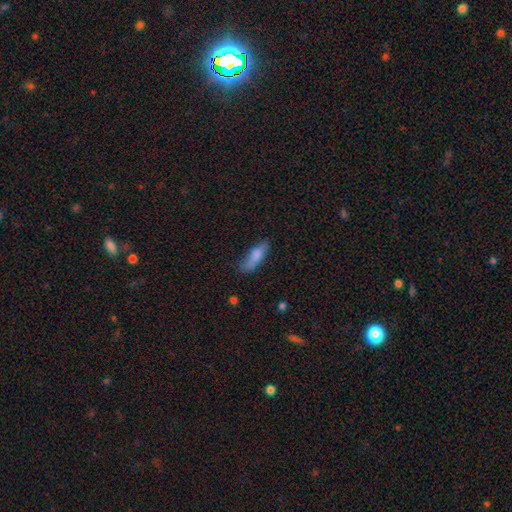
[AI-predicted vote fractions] smooth-or-featured: smooth: 79% | featured or disk: 15% | star or artifact: 7%
  how-rounded: cigar-shaped: 51% | in between: 46% | round: 2%
  merging: none: 64% | minor disturbance: 26% | major disturbance: 8% | merger: 3%